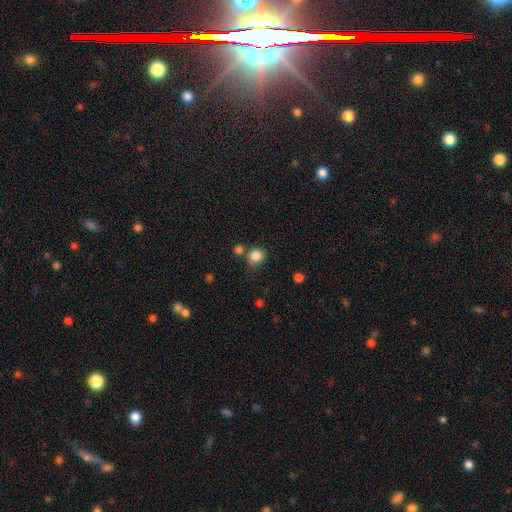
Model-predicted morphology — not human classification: This is clearly a smooth galaxy (84%). How rounded: clearly round (86%). Merging: likely none (68%).